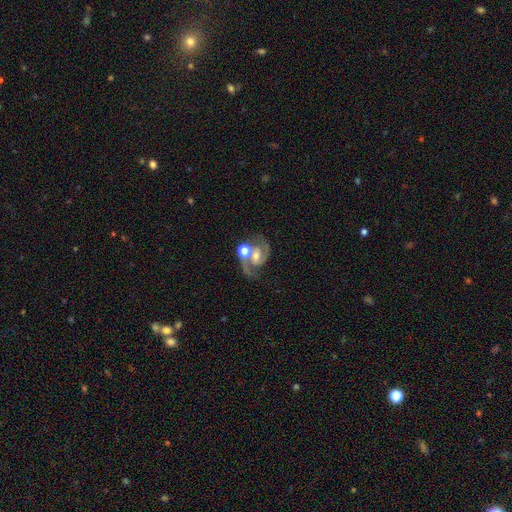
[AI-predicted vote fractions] A featured or disk galaxy (83%) with a weak bar (42%), 2 (88%) medium (58%) spiral arms (96%) and a moderate central bulge (58%). Merging: none (49%).